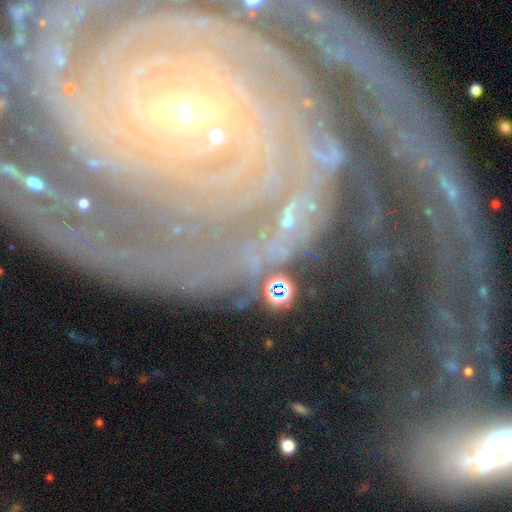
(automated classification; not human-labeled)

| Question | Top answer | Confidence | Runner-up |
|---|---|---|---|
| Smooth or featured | featured or disk | 80% | star or artifact (12%) |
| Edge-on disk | no | 94% | yes (6%) |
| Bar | strong | 38% | weak (31%) |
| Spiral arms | yes | 95% | no (5%) |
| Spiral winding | tight | 74% | medium (19%) |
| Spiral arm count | can't tell | 23% | 3 (18%) |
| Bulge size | small | 64% | moderate (28%) |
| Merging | none | 69% | minor disturbance (14%) |